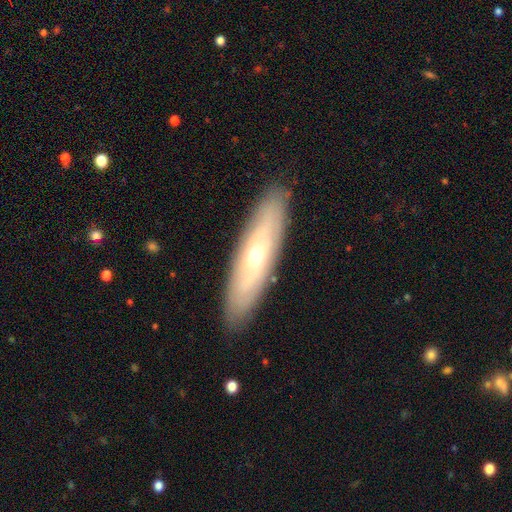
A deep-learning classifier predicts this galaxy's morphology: smooth-or-featured: featured or disk: 57% | smooth: 36% | star or artifact: 7%
  disk-edge-on: no: 53% | yes: 47%
  merging: none: 88% | minor disturbance: 9% | major disturbance: 2% | merger: 1%